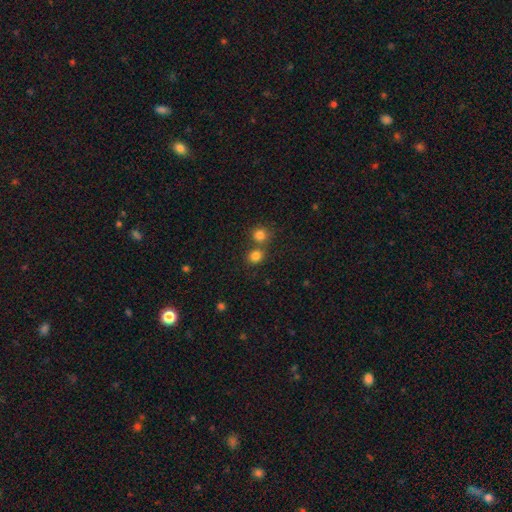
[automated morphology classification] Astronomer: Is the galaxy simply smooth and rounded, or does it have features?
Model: smooth — 81%.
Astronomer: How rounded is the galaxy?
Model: round — 80%.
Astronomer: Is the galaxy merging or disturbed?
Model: none — 59%.